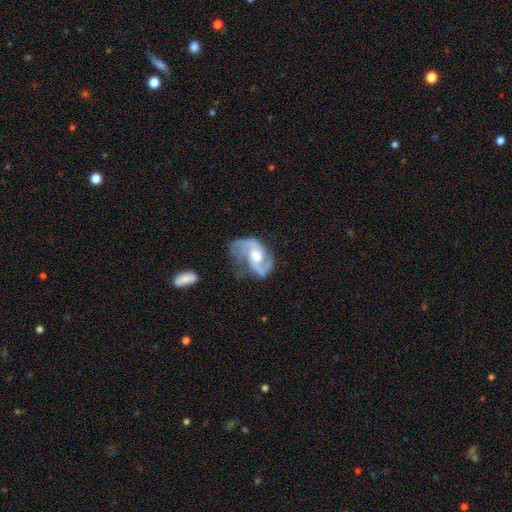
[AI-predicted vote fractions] A featured or disk galaxy (88%) with no bar (52%), 2 (87%) medium (51%) spiral arms (96%) and a moderate central bulge (58%). Merging: none (49%).